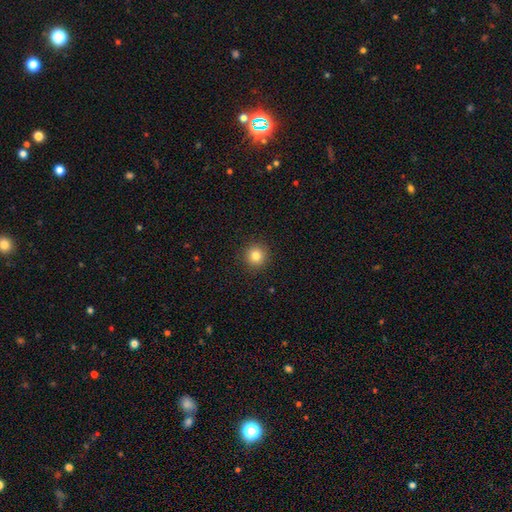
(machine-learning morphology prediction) Smooth or featured: smooth — 83% (star or artifact — 11%)
How rounded: round — 95% (in between — 4%)
Merging: none — 92% (minor disturbance — 5%)